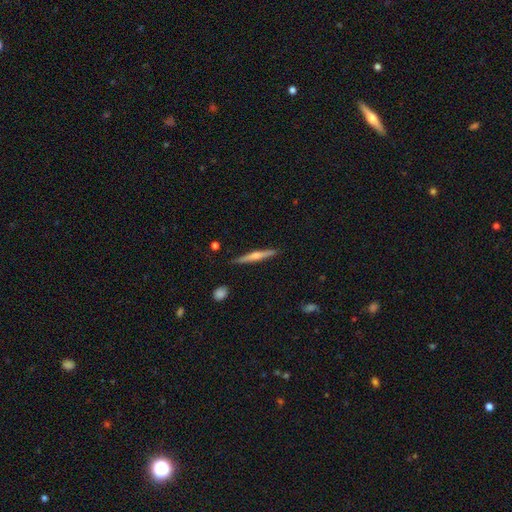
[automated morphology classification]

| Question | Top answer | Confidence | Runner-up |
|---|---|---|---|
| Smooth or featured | featured or disk | 57% | smooth (37%) |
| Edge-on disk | yes | 98% | no (2%) |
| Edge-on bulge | rounded | 75% | none (17%) |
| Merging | none | 89% | minor disturbance (8%) |